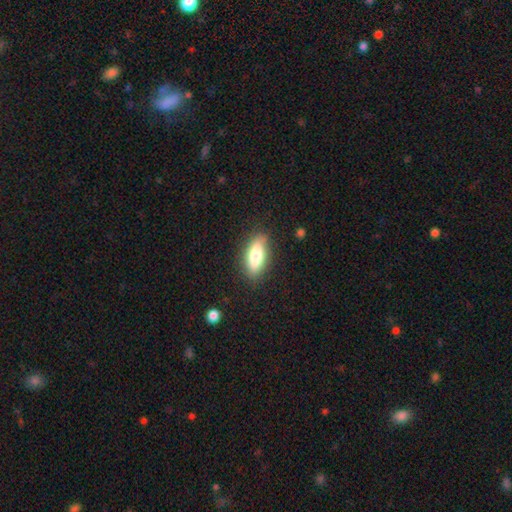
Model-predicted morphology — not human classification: Smooth or featured: smooth — 75% (featured or disk — 18%)
How rounded: in between — 70% (cigar-shaped — 28%)
Merging: none — 84% (minor disturbance — 12%)